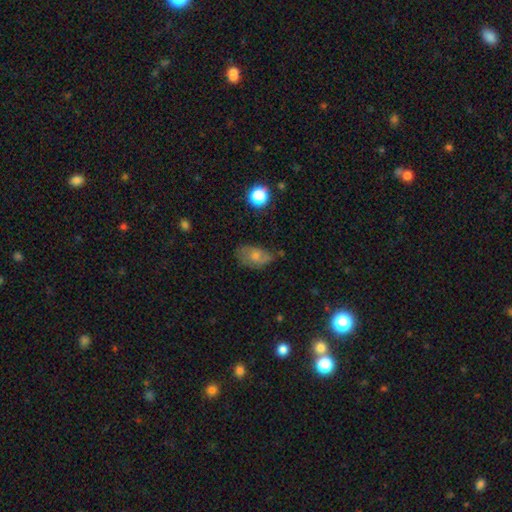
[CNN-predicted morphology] This appears to be a smooth galaxy with no disk features (54%) that is in between round and cigar-shaped (84%). Merging: none (57%).